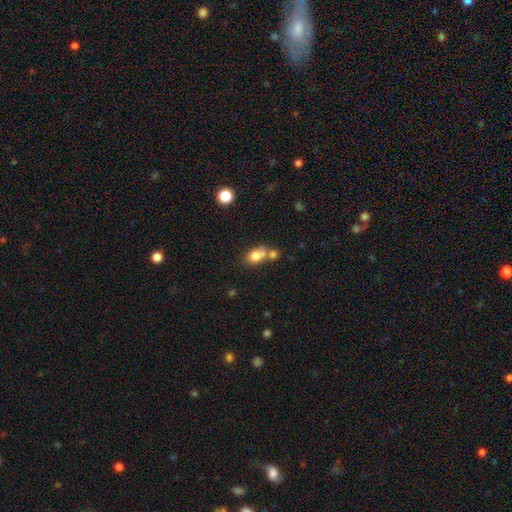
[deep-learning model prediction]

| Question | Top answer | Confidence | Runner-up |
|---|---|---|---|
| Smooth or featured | smooth | 77% | featured or disk (13%) |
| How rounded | in between | 74% | round (24%) |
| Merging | merger | 46% | none (37%) |